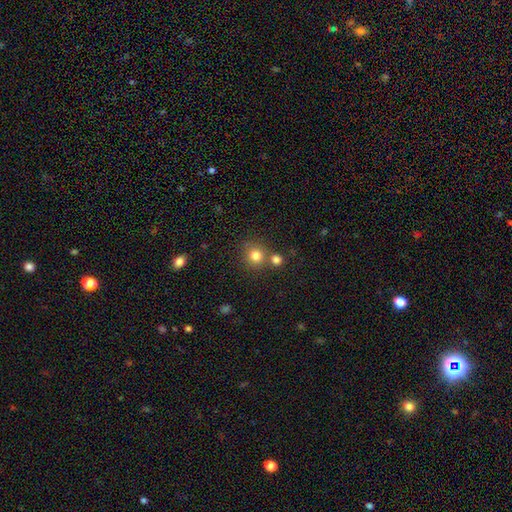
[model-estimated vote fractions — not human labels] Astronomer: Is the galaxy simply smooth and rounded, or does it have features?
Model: smooth — 80%.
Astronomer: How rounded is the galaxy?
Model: round — 90%.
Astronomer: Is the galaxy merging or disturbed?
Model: none — 68%.